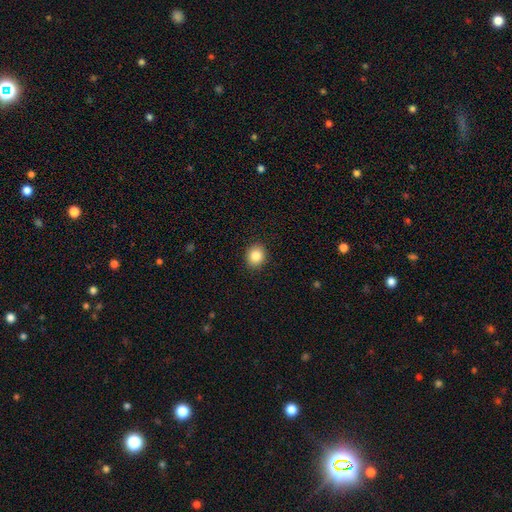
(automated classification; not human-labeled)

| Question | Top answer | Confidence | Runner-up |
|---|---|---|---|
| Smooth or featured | smooth | 85% | star or artifact (9%) |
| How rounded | round | 74% | in between (26%) |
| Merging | none | 91% | minor disturbance (6%) |